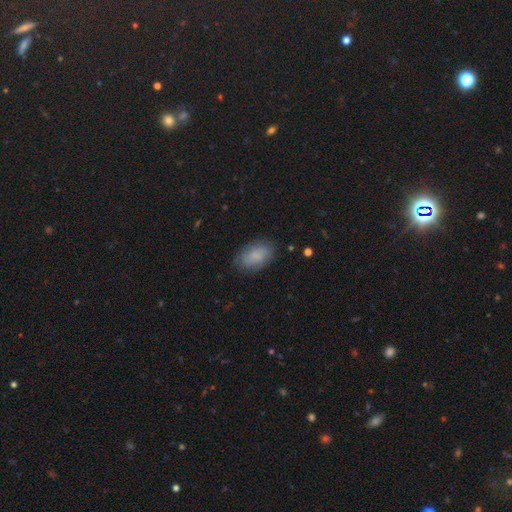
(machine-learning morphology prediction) Smooth or featured: smooth — 80% (featured or disk — 12%)
How rounded: in between — 91% (round — 7%)
Merging: none — 79% (minor disturbance — 16%)